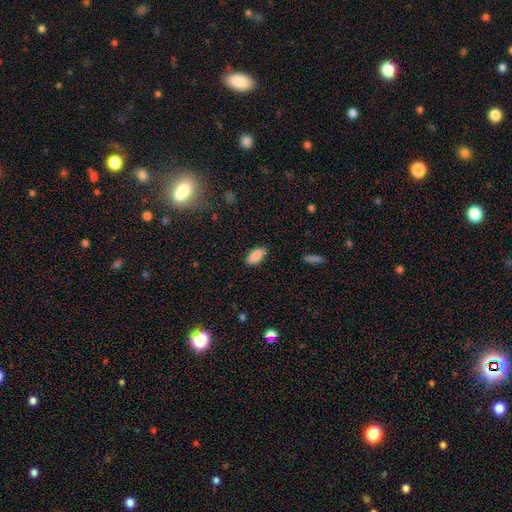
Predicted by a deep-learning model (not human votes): This is clearly a smooth galaxy (88%). How rounded: clearly in between (88%). Merging: clearly none (84%).